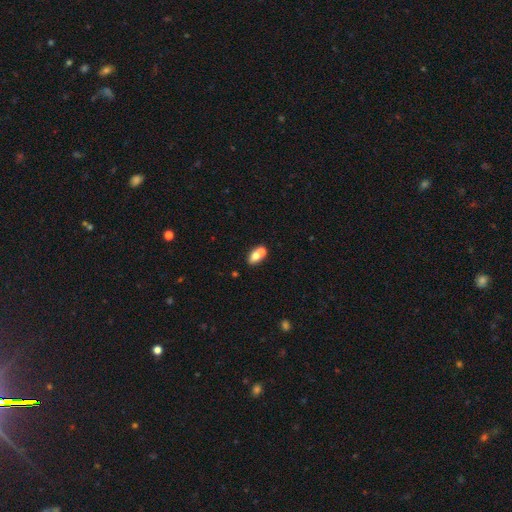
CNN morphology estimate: Q: Smooth or featured?
A: smooth (70%); runner-up: featured or disk (20%)
Q: How rounded?
A: in between (73%); runner-up: round (24%)
Q: Merging?
A: merger (56%); runner-up: none (32%)